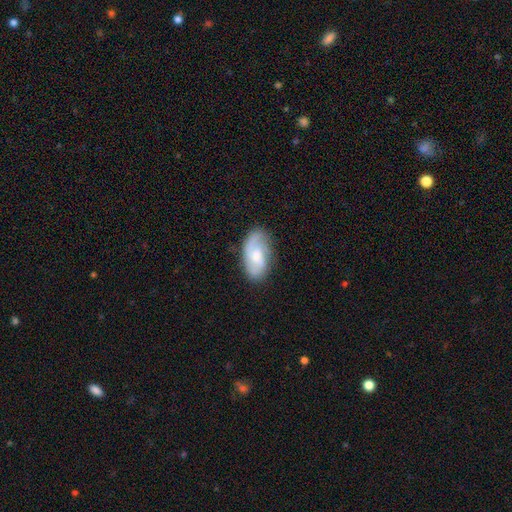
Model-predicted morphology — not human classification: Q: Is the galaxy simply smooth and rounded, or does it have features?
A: featured or disk — 54%.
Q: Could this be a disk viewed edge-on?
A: no — 94%.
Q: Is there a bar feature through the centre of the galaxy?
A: no — 58%.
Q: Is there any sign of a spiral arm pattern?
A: yes — 87%.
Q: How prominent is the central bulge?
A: moderate — 49%.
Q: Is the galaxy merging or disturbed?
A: none — 72%.